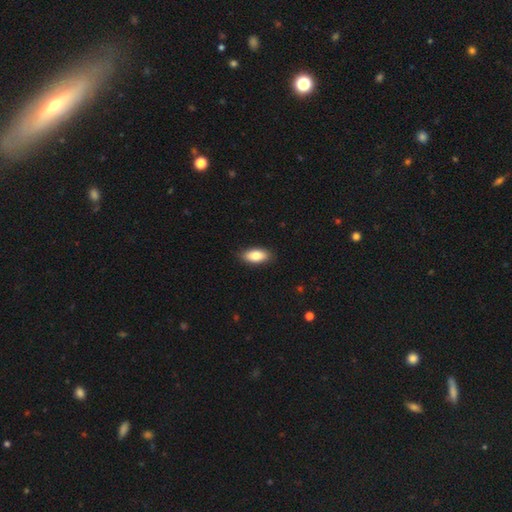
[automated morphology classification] smooth 83%, featured or disk 11%, star or artifact 6%. Down the decision tree: how rounded — in between (90%); merging — none (88%).